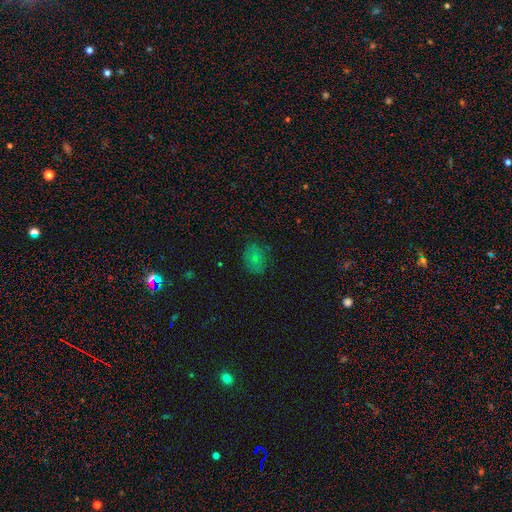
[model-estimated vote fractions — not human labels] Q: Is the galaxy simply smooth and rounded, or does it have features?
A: smooth — 74%.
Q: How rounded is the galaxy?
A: in between — 72%.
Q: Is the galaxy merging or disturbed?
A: none — 69%.